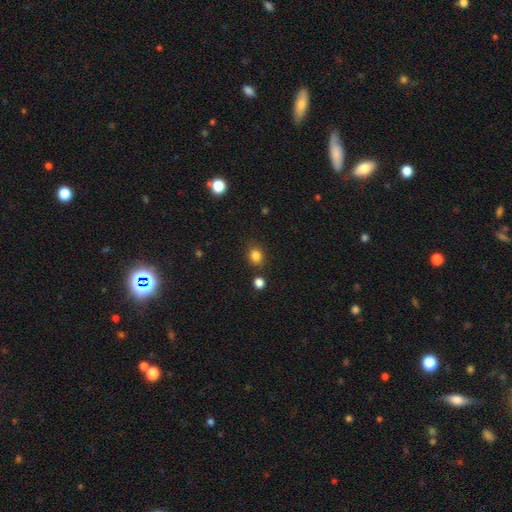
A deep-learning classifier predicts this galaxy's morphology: This appears to be a smooth galaxy with no disk features (83%) that is round (58%). Merging: none (80%).